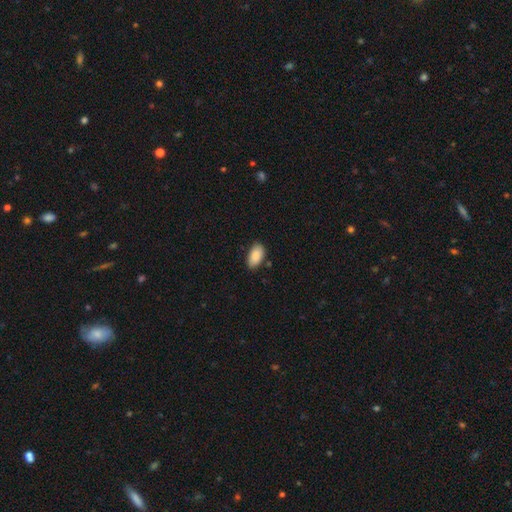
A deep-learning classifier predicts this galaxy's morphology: This is clearly a smooth galaxy (89%). How rounded: clearly in between (95%). Merging: likely none (79%).